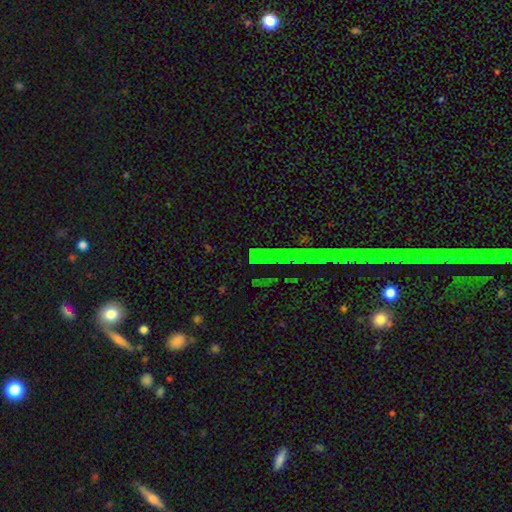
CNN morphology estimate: Smooth or featured? Predicted: star or artifact (p=0.68).